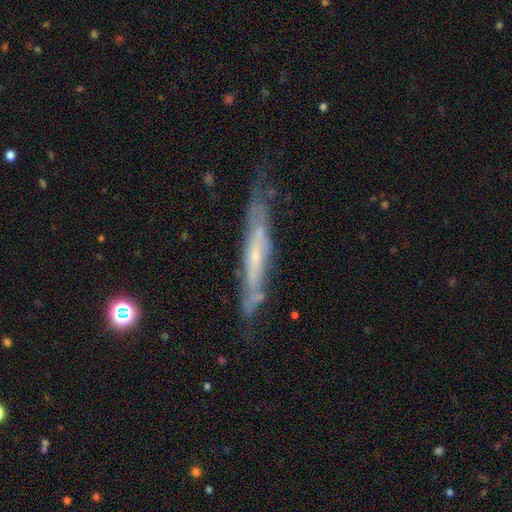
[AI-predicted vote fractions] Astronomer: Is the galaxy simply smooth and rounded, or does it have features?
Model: featured or disk — 73%.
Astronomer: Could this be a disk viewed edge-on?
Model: yes — 68%.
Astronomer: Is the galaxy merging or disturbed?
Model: none — 66%.